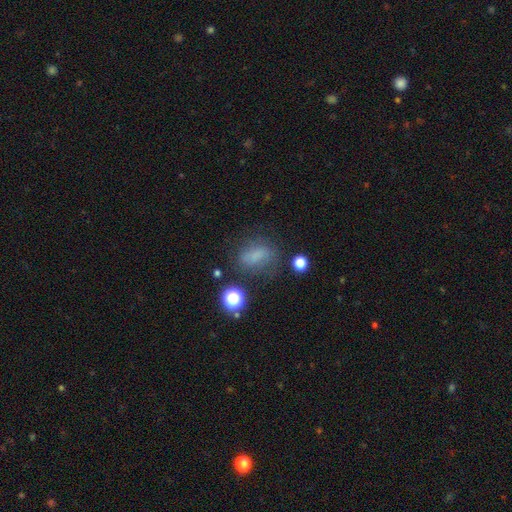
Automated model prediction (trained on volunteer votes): A smooth galaxy with no disk features (66%) that is in between round and cigar-shaped (68%).

Vote fractions:
- Smooth or featured? smooth: 66% / star or artifact: 19% / featured or disk: 15%
- How rounded? in between: 68% / round: 25% / cigar-shaped: 7%
- Merging? none: 61% / minor disturbance: 21% / major disturbance: 13% / merger: 5%